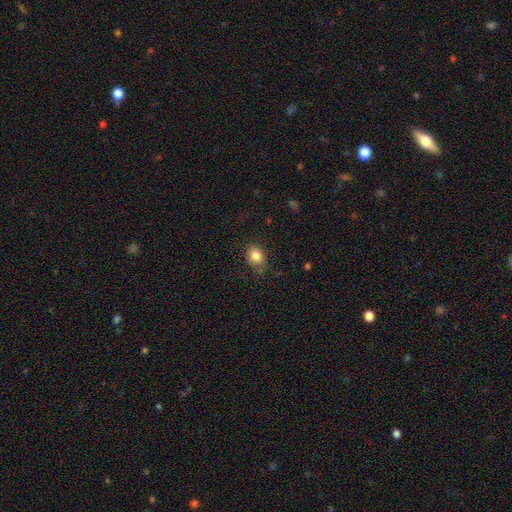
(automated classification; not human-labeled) A smooth galaxy with no disk features (83%) that is in between round and cigar-shaped (52%). Merging: none (67%).